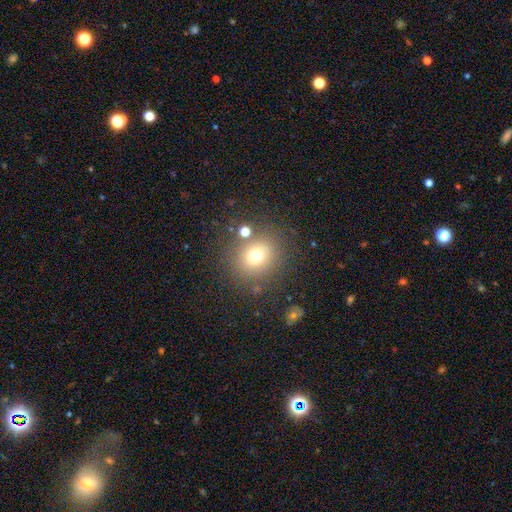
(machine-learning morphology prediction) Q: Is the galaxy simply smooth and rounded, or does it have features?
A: smooth — 71%.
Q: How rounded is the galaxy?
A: round — 80%.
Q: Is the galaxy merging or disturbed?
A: none — 78%.